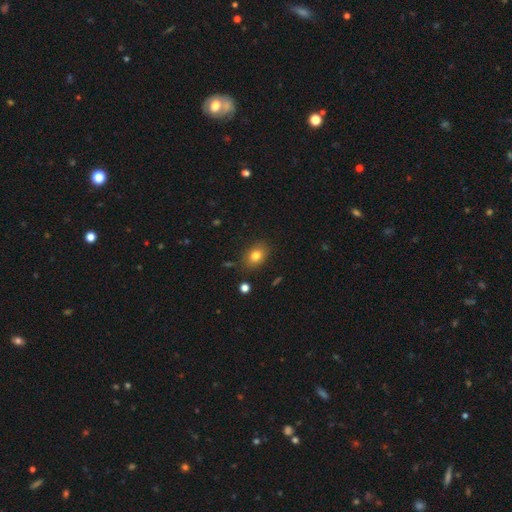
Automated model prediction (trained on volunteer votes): Overall: smooth (80%). How rounded: in between (70%). Merging: none (84%).